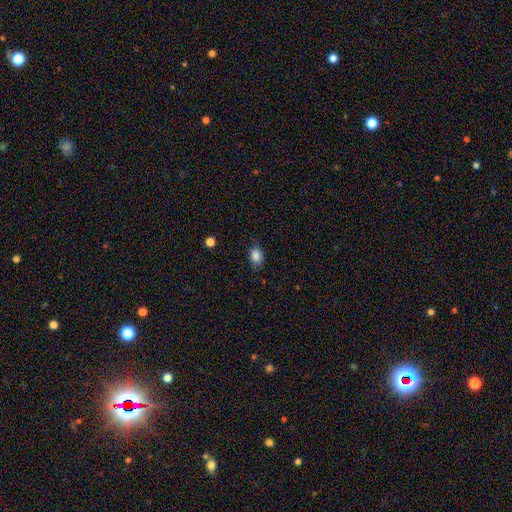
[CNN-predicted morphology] Overall: smooth (86%). How rounded: in between (77%). Merging: none (76%).